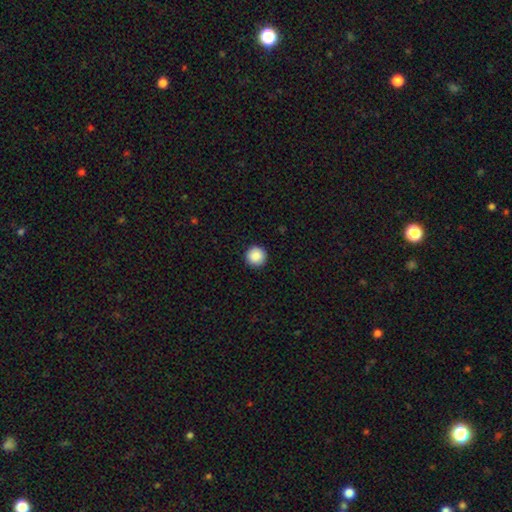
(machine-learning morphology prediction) A smooth galaxy with no disk features (88%) that is round (96%).

Vote fractions:
- Smooth or featured? smooth: 88% / star or artifact: 9% / featured or disk: 3%
- How rounded? round: 96% / in between: 3% / cigar-shaped: 1%
- Merging? none: 93% / minor disturbance: 5% / major disturbance: 2% / merger: 1%